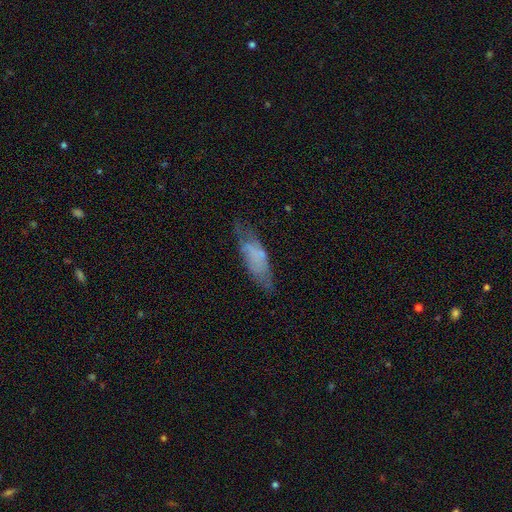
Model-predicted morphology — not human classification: Q: Smooth or featured?
A: smooth (57%); runner-up: featured or disk (34%)
Q: How rounded?
A: in between (55%); runner-up: cigar-shaped (43%)
Q: Merging?
A: none (57%); runner-up: minor disturbance (28%)